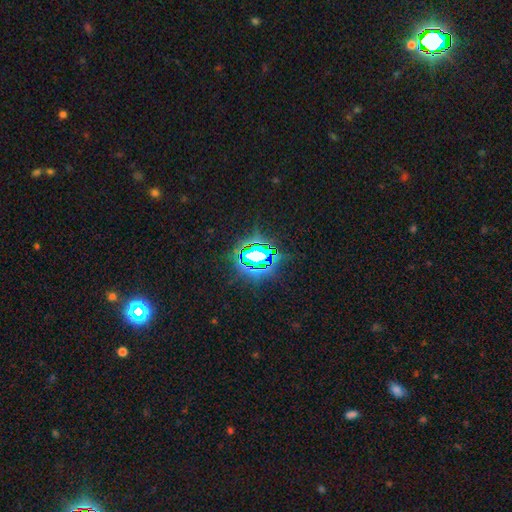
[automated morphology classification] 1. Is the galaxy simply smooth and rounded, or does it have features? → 78% star or artifact, 12% smooth, 11% featured or disk.